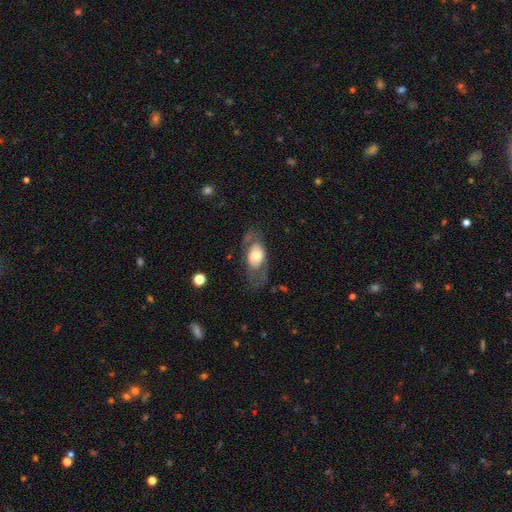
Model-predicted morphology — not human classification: smooth_or_featured: smooth (p=0.47) [alt: featured or disk p=0.46]
merging: none (p=0.59) [alt: major disturbance p=0.20]